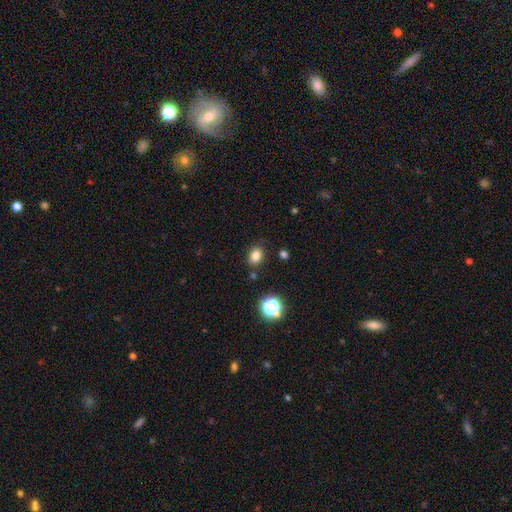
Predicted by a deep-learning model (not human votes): Smooth or featured? Predicted: smooth (p=0.81). How rounded? Predicted: in between (p=0.61). Merging? Predicted: none (p=0.83).